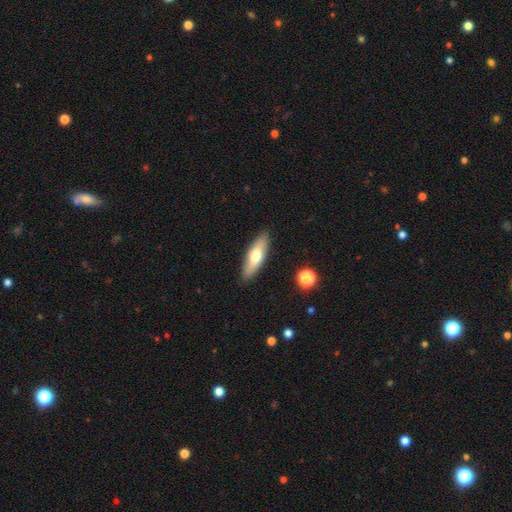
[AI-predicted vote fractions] Overall: smooth (61%; featured or disk 33%). How rounded: in between (49%, tied with cigar-shaped). Merging: none (88%).